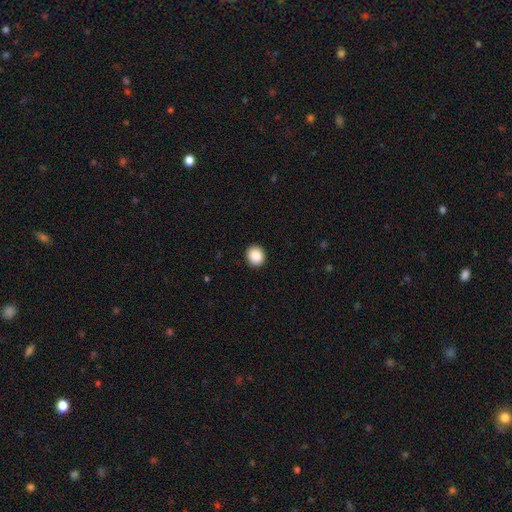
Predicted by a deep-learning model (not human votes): A smooth galaxy with no disk features (89%) that is round (82%).

Vote fractions:
- Smooth or featured? smooth: 89% / star or artifact: 9% / featured or disk: 3%
- How rounded? round: 82% / in between: 17% / cigar-shaped: 1%
- Merging? none: 92% / minor disturbance: 6% / major disturbance: 2% / merger: 1%